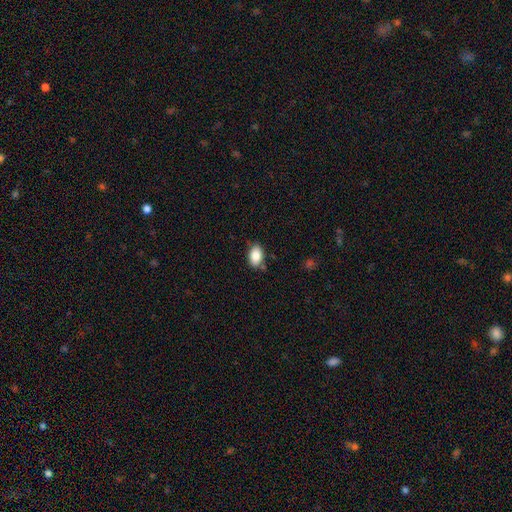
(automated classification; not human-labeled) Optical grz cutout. It shows a smooth galaxy with no disk features (86%) that is in between round and cigar-shaped (89%). Merging: none (80%).